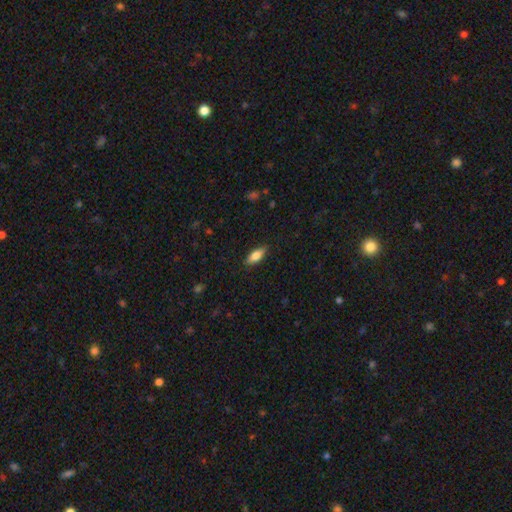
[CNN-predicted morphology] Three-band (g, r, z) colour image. It shows a smooth galaxy with no disk features (76%) that is in between round and cigar-shaped (75%). Merging: none (86%).